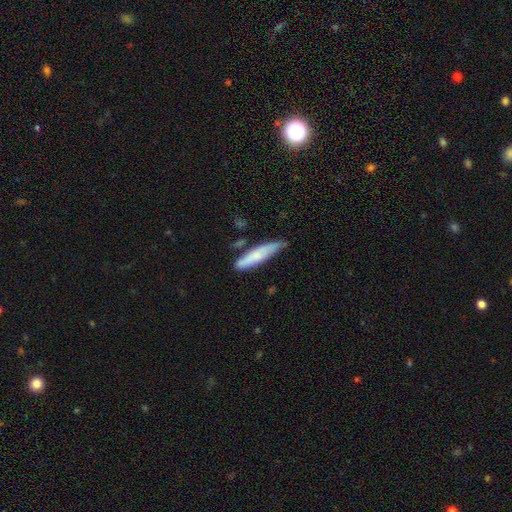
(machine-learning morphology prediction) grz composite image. It shows a smooth galaxy with no disk features (71%) that is cigar-shaped (82%). Merging: none (61%).